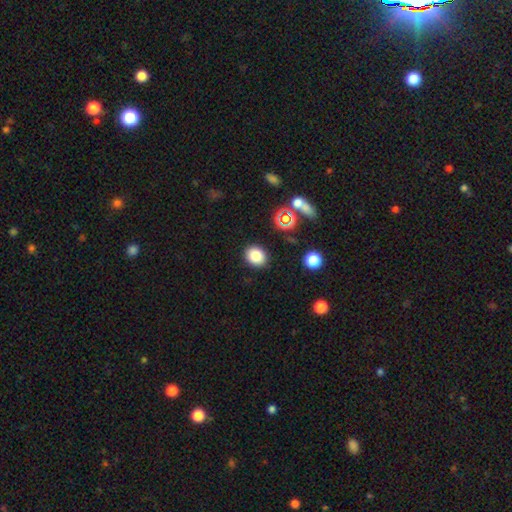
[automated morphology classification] Smooth or featured? smooth (82%)
How rounded? round (62%)
Merging? none (88%)